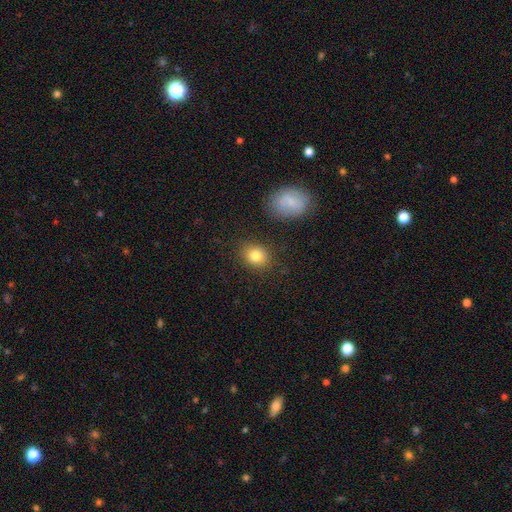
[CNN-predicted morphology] Smooth or featured?
  - smooth: 81% *
  - star or artifact: 10%
  - featured or disk: 8%
How rounded?
  - round: 51% *
  - in between: 48%
  - cigar-shaped: 1%
Merging?
  - none: 82% *
  - minor disturbance: 11%
  - major disturbance: 3%
  - merger: 3%